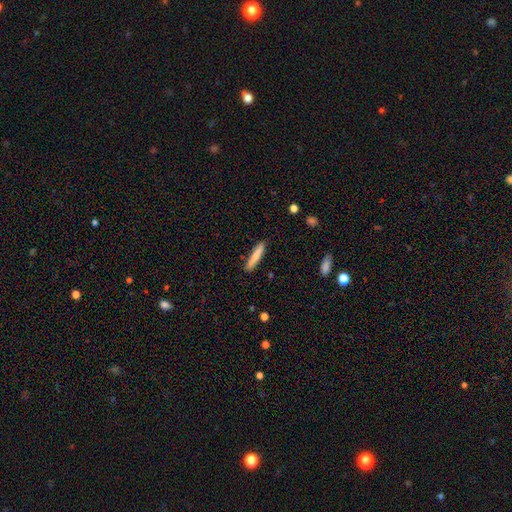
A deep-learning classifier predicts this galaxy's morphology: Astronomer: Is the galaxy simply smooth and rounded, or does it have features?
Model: smooth — 79%.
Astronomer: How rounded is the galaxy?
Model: cigar-shaped — 92%.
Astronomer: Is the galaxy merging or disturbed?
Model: none — 88%.